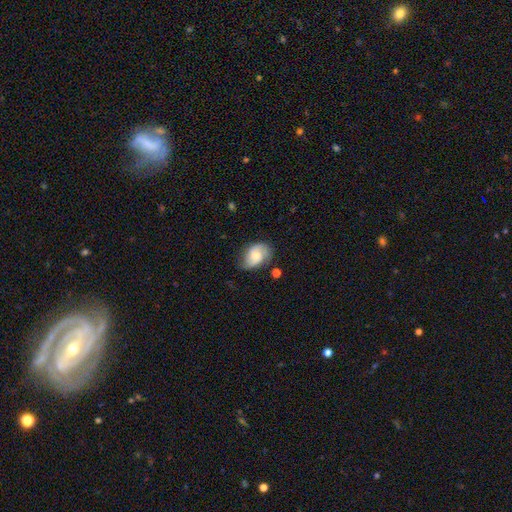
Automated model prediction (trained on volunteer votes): A featured or disk galaxy (50%). Merging: none (58%).